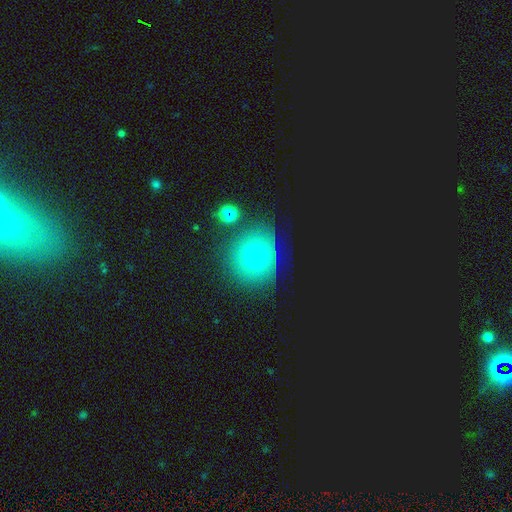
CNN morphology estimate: Overall: smooth (65%). How rounded: round (75%). Merging: none (73%).